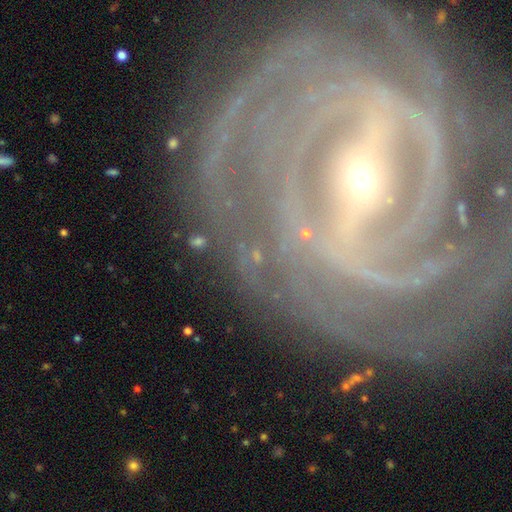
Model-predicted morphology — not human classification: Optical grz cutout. It shows a featured or disk galaxy (89%) with a strong bar (65%), 4 (20%, tied with can't tell) tight (72%) spiral arms (97%) and a small central bulge (80%). Merging: none (74%).